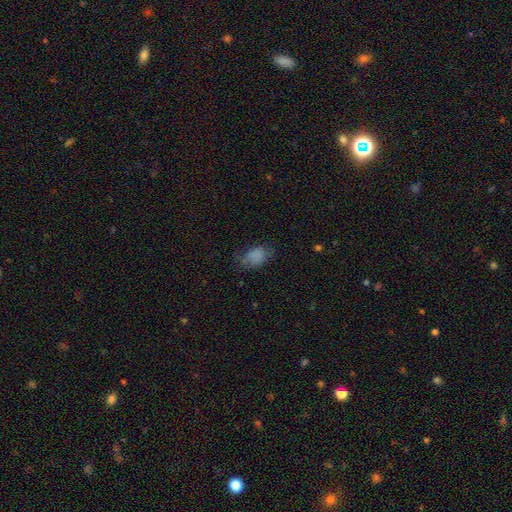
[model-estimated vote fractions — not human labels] Morphology: type=smooth (78%); roundness=in between (88%); merging=none (53%).